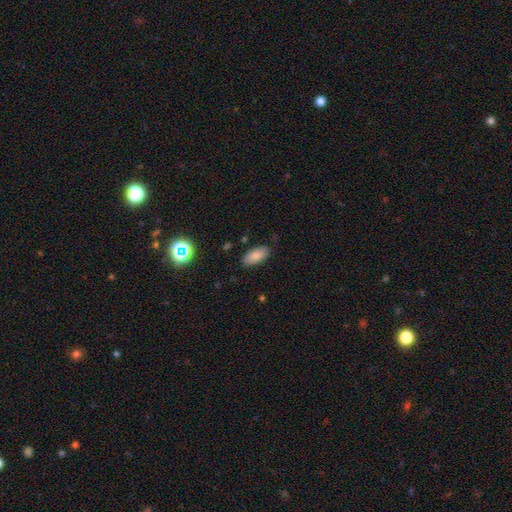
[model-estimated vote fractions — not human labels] The model was most divided on "merging": none: 84%, minor disturbance: 12%, major disturbance: 3%, merger: 1%. More confident: how rounded — in between (90%); smooth or featured — smooth (83%).